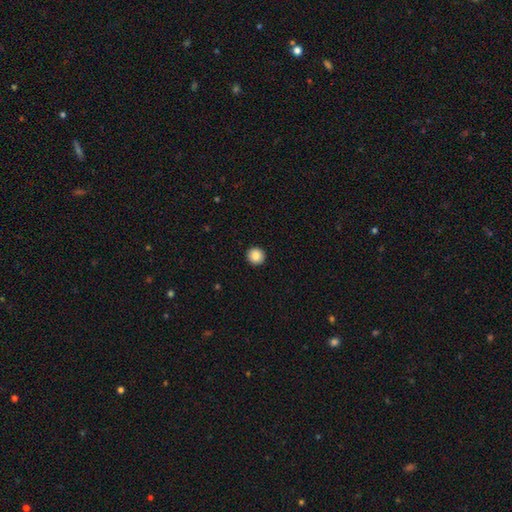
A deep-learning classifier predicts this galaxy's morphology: Smooth or featured: smooth — 86% (star or artifact — 9%)
How rounded: round — 96% (in between — 3%)
Merging: none — 94% (minor disturbance — 4%)